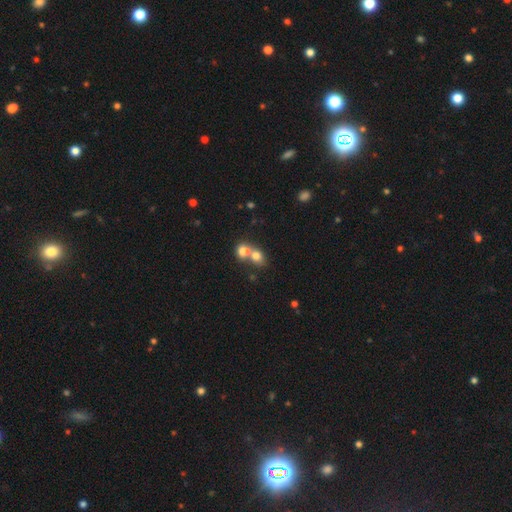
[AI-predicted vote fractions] Morphology: type=smooth (72%); roundness=round (62%); merging=merger (67%).